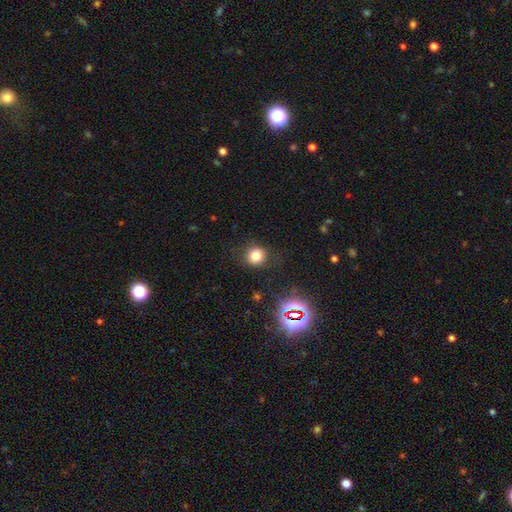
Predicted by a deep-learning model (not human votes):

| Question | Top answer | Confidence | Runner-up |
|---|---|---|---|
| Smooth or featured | smooth | 76% | star or artifact (17%) |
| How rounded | round | 86% | in between (13%) |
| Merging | none | 84% | minor disturbance (11%) |